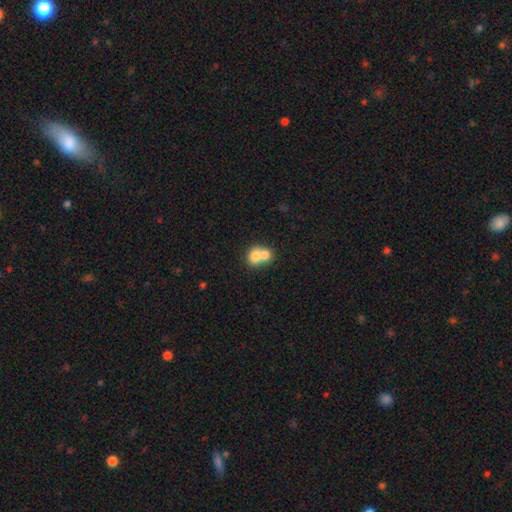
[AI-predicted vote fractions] This is likely a smooth galaxy (74%). How rounded: likely round (60%). Merging: likely merger (71%).